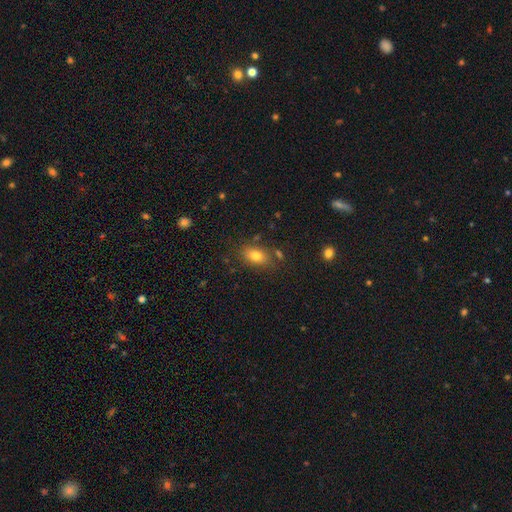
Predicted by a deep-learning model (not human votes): Morphology: type=smooth (79%); roundness=in between (83%); merging=none (76%).